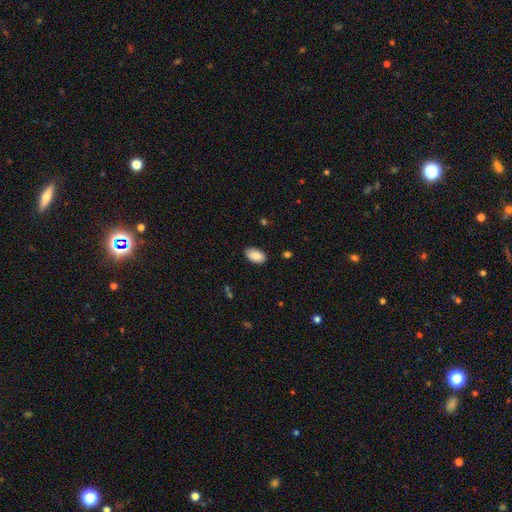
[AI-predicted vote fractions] A smooth galaxy with no disk features (88%) that is in between round and cigar-shaped (94%).

Vote fractions:
- Smooth or featured? smooth: 88% / star or artifact: 7% / featured or disk: 5%
- How rounded? in between: 94% / round: 4% / cigar-shaped: 1%
- Merging? none: 86% / minor disturbance: 10% / major disturbance: 2% / merger: 1%